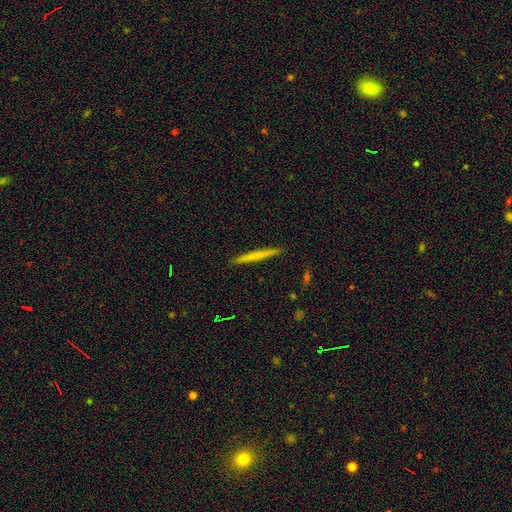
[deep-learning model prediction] Smooth or featured: smooth — 57% (featured or disk — 37%)
How rounded: cigar-shaped — 97% (in between — 2%)
Merging: none — 92% (minor disturbance — 5%)